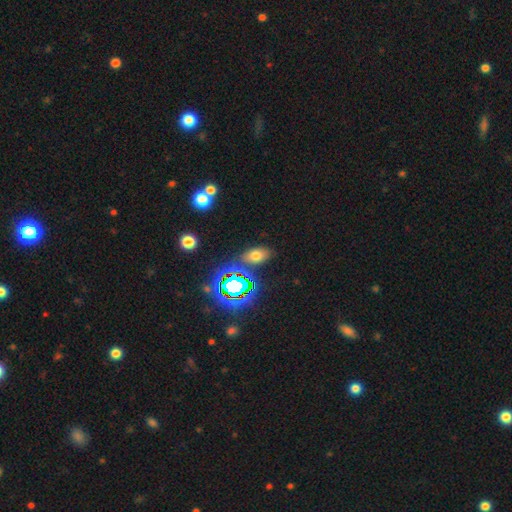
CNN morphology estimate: This appears to be a smooth galaxy with no disk features (59%) that is in between round and cigar-shaped (86%). Merging: none (80%).